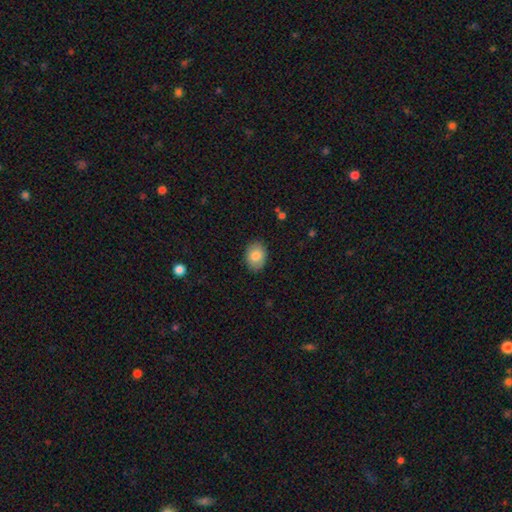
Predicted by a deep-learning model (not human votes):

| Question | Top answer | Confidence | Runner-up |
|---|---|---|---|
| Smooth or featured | smooth | 84% | featured or disk (9%) |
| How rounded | in between | 74% | round (25%) |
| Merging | none | 87% | minor disturbance (10%) |